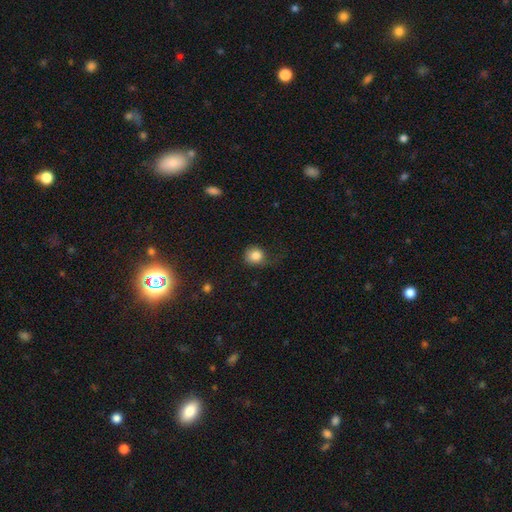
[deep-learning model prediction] The model was most divided on "merging": none: 59%, minor disturbance: 26%, major disturbance: 14%, merger: 2%. More confident: how rounded — round (85%); smooth or featured — smooth (84%).